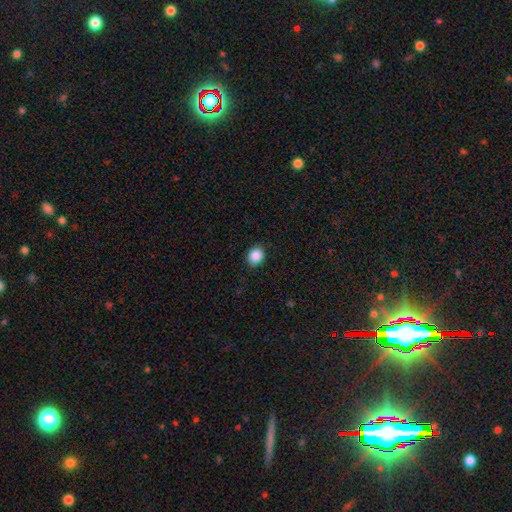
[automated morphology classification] Smooth or featured?
  - smooth: 88% *
  - star or artifact: 9%
  - featured or disk: 3%
How rounded?
  - round: 63% *
  - in between: 36%
  - cigar-shaped: 1%
Merging?
  - none: 88% *
  - minor disturbance: 8%
  - major disturbance: 2%
  - merger: 1%